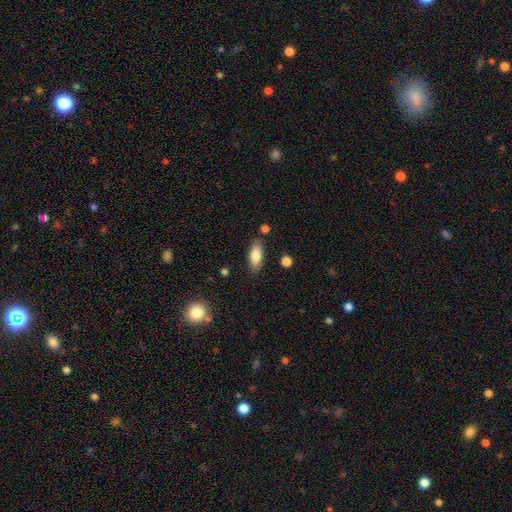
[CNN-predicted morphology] Smooth or featured?
  - smooth: 80% *
  - featured or disk: 13%
  - star or artifact: 7%
How rounded?
  - in between: 74% *
  - cigar-shaped: 24%
  - round: 2%
Merging?
  - none: 82% *
  - minor disturbance: 12%
  - merger: 3%
  - major disturbance: 3%